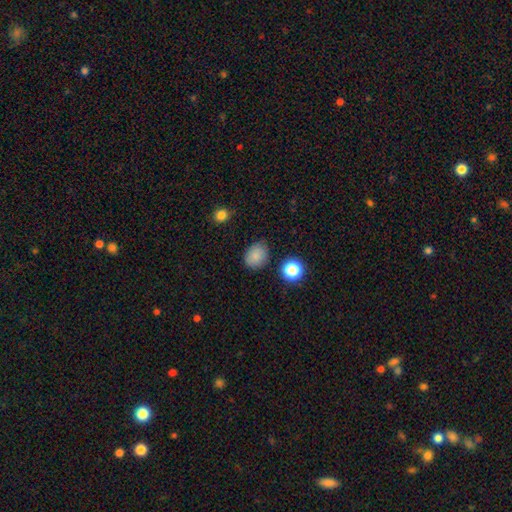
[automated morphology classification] Smooth or featured? smooth (84%)
How rounded? round (52%)
Merging? none (78%)